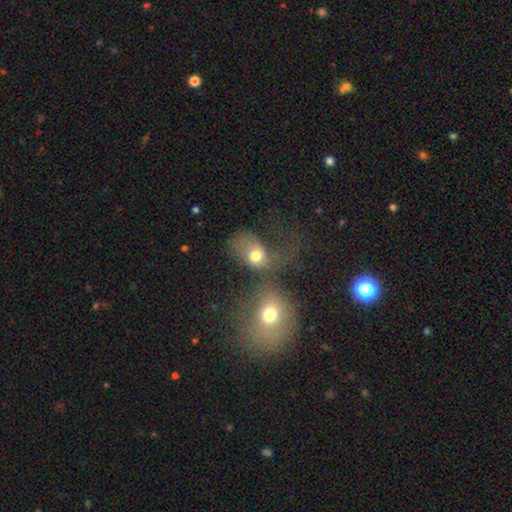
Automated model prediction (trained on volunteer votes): Smooth or featured? Predicted: smooth (p=0.60). How rounded? Predicted: in between (p=0.54). Merging? Predicted: merger (p=0.51).